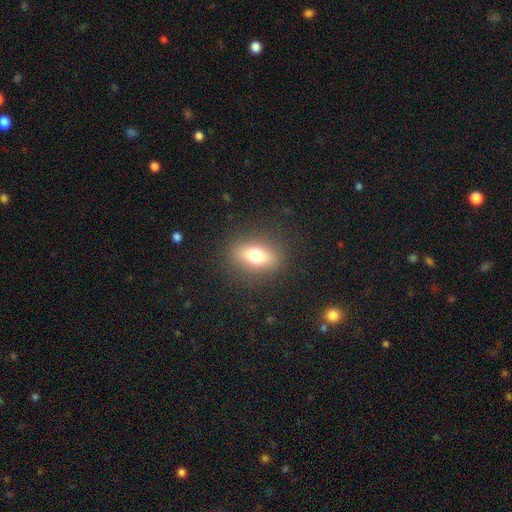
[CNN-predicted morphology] Smooth or featured: smooth — 68% (featured or disk — 22%)
How rounded: in between — 71% (round — 19%)
Merging: none — 86% (minor disturbance — 9%)